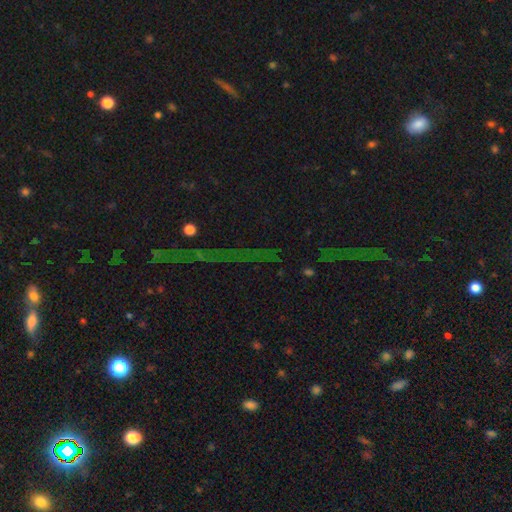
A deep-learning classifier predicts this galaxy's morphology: Smooth or featured?
  - star or artifact: 74% *
  - smooth: 13%
  - featured or disk: 13%